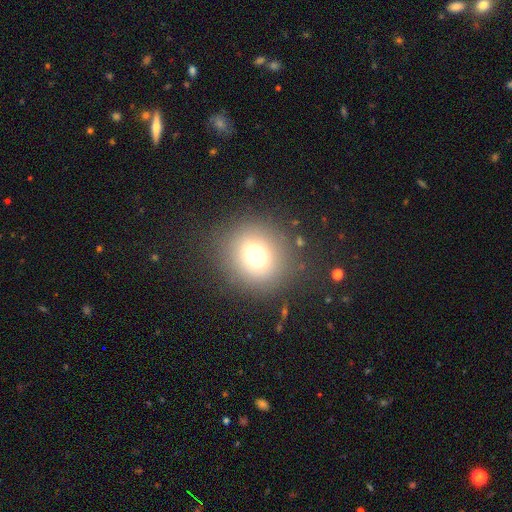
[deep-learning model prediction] smooth-or-featured: smooth: 73% | star or artifact: 16% | featured or disk: 12%
  how-rounded: round: 84% | in between: 15% | cigar-shaped: 1%
  merging: none: 83% | minor disturbance: 9% | major disturbance: 5% | merger: 2%